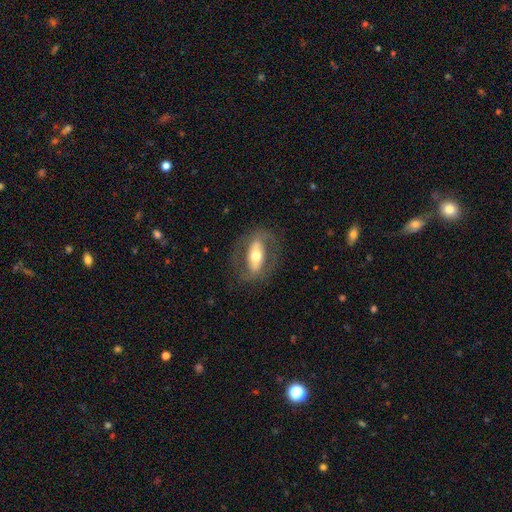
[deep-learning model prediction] This is likely a featured or disk galaxy (63%). It is clearly not viewed edge-on (81%). Bar: possibly strong (51%). Spiral arm pattern: possibly no (54%). Central bulge: likely moderate (66%). Merging: likely none (76%).